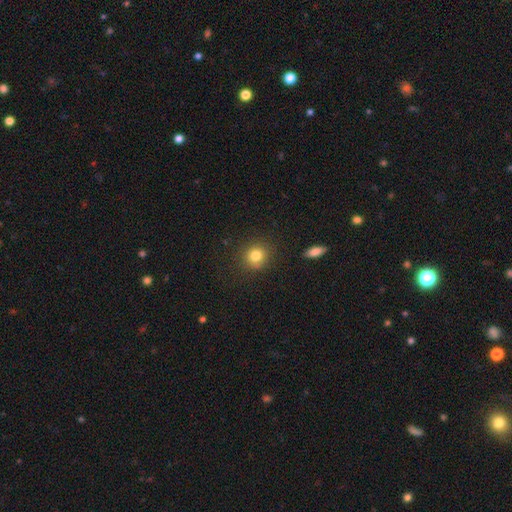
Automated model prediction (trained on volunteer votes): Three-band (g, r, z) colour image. It shows a smooth galaxy with no disk features (82%) that is round (84%). Merging: none (83%).